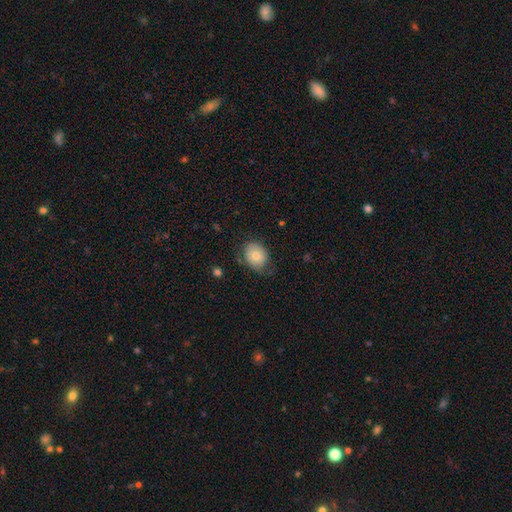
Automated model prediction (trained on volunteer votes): smooth-or-featured: smooth: 75% | featured or disk: 17% | star or artifact: 9%
  how-rounded: round: 56% | in between: 43% | cigar-shaped: 1%
  merging: none: 65% | minor disturbance: 26% | major disturbance: 7% | merger: 2%